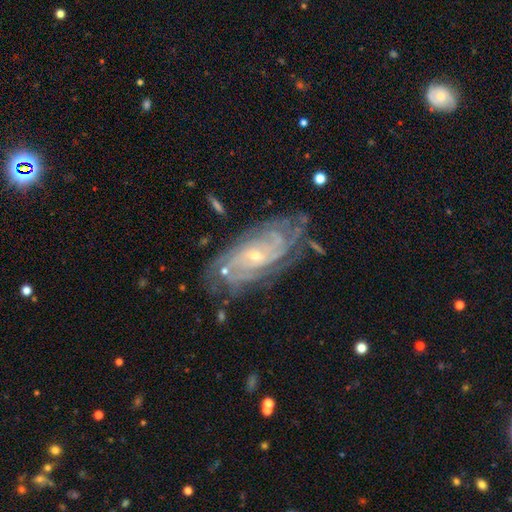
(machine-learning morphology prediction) Smooth or featured? featured or disk (87%)
Edge-on disk? no (94%)
Bar? no (64%)
Spiral arms? yes (97%)
Spiral winding? tight (73%)
Spiral arm count? can't tell (35%)
Bulge size? small (74%)
Merging? none (72%)